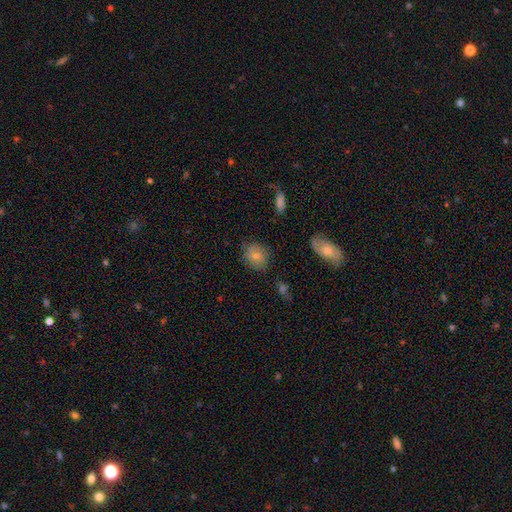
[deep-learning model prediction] A smooth galaxy with no disk features (77%) that is round (66%). Merging: none (76%).